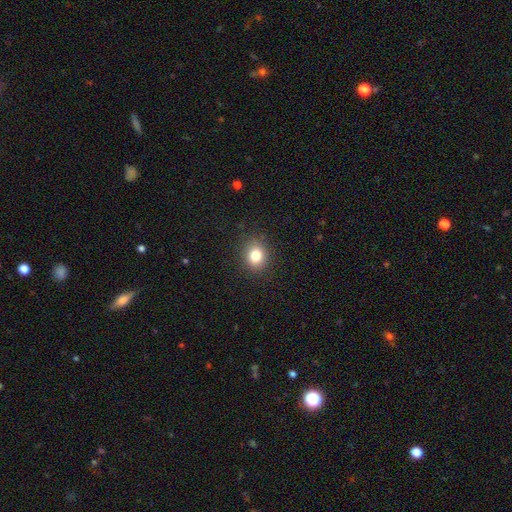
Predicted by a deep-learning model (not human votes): A smooth galaxy with no disk features (82%) that is round (66%).

Vote fractions:
- Smooth or featured? smooth: 82% / star or artifact: 12% / featured or disk: 7%
- How rounded? round: 66% / in between: 33% / cigar-shaped: 1%
- Merging? none: 87% / minor disturbance: 9% / major disturbance: 3% / merger: 1%